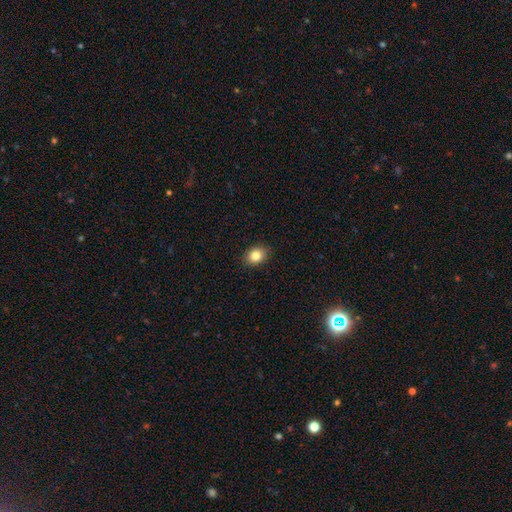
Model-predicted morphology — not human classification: Smooth or featured? smooth (83%)
How rounded? in between (56%)
Merging? none (88%)